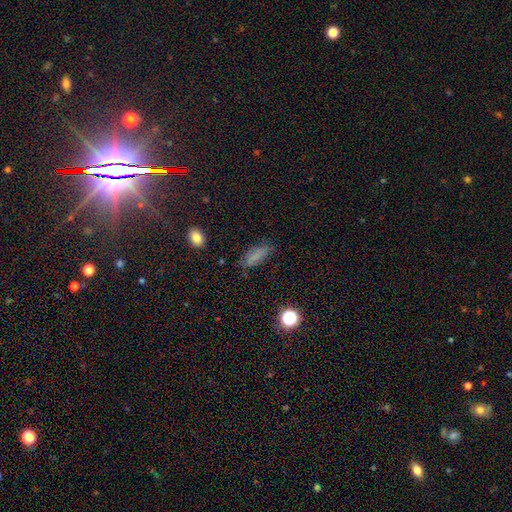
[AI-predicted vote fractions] This is likely a smooth galaxy (72%). How rounded: likely in between (69%). Merging: likely none (77%).